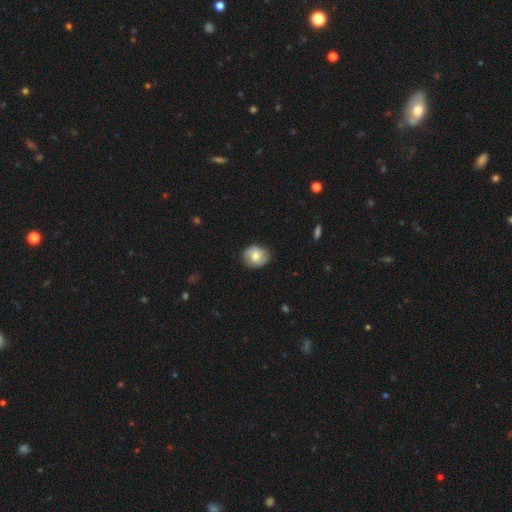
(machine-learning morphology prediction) This appears to be a smooth galaxy with no disk features (62%) that is round (66%). Merging: none (81%).